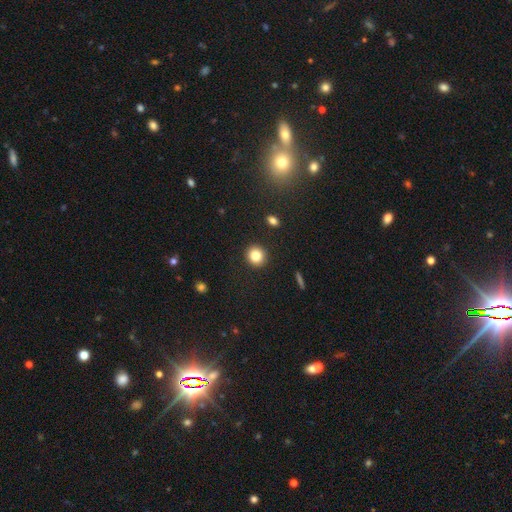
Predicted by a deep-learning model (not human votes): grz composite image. It shows a smooth galaxy with no disk features (83%) that is round (89%). Merging: none (91%).